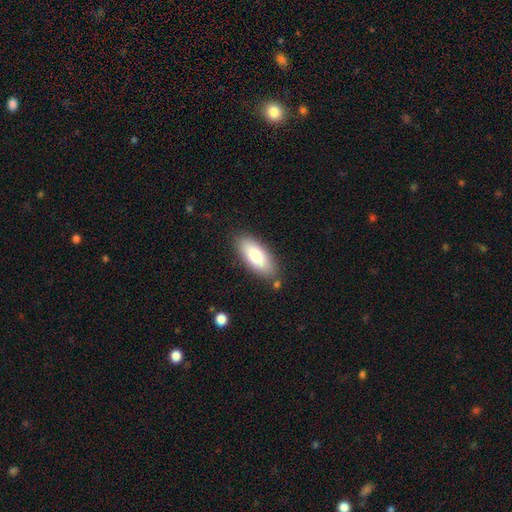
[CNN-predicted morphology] Q: Smooth or featured?
A: smooth (79%); runner-up: featured or disk (15%)
Q: How rounded?
A: in between (81%); runner-up: cigar-shaped (18%)
Q: Merging?
A: none (81%); runner-up: minor disturbance (13%)